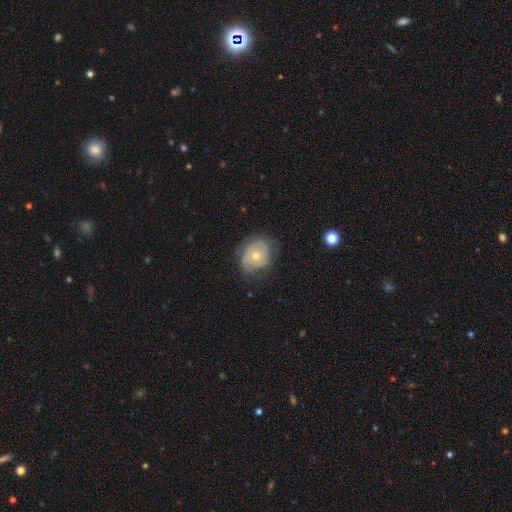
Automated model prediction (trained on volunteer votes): The model was most divided on "smooth or featured": smooth: 50%, featured or disk: 42%, star or artifact: 8%. More confident: merging — none (58%); how rounded — round (58%).